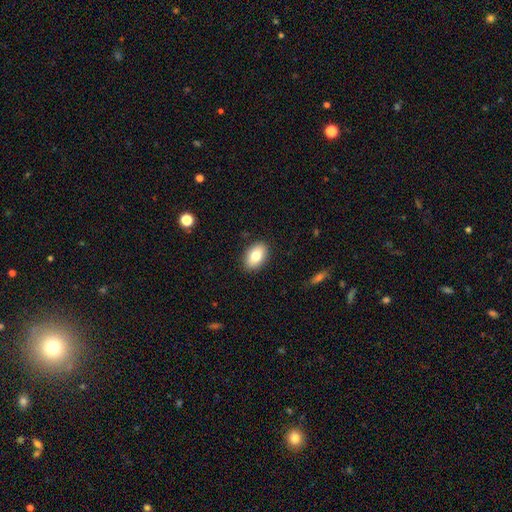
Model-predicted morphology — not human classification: Smooth or featured: smooth — 81% (featured or disk — 12%)
How rounded: in between — 89% (round — 9%)
Merging: none — 88% (minor disturbance — 9%)